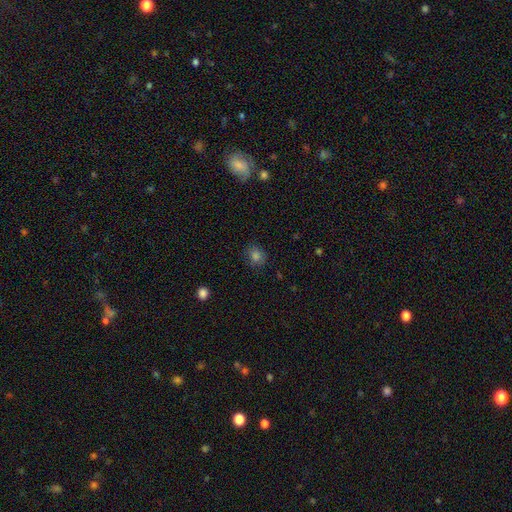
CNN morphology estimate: Smooth or featured: smooth — 76% (star or artifact — 17%)
How rounded: round — 66% (in between — 33%)
Merging: none — 81% (minor disturbance — 14%)